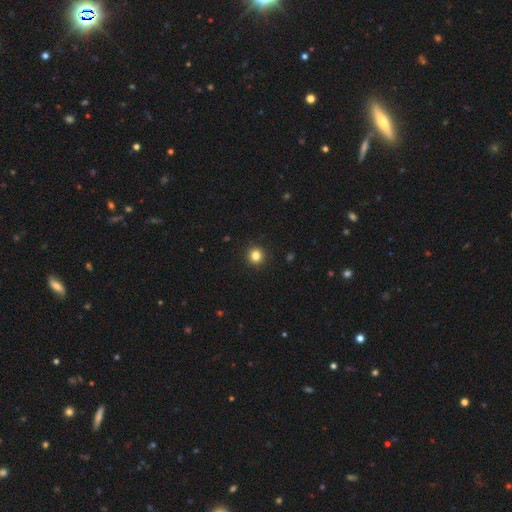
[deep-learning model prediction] Smooth or featured: smooth — 83% (star or artifact — 12%)
How rounded: round — 95% (in between — 4%)
Merging: none — 93% (minor disturbance — 4%)